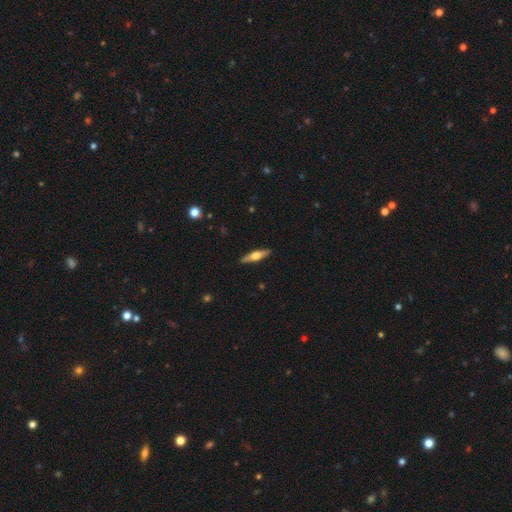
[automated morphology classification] Smooth or featured? featured or disk (51%)
Edge-on disk? yes (93%)
Merging? none (90%)